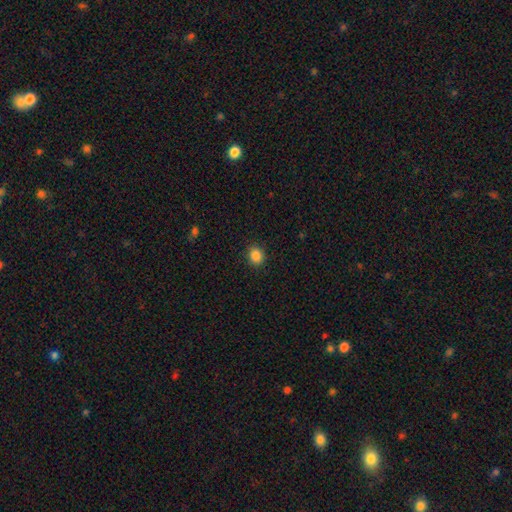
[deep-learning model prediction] Overall: smooth (87%). How rounded: round (72%). Merging: none (90%).